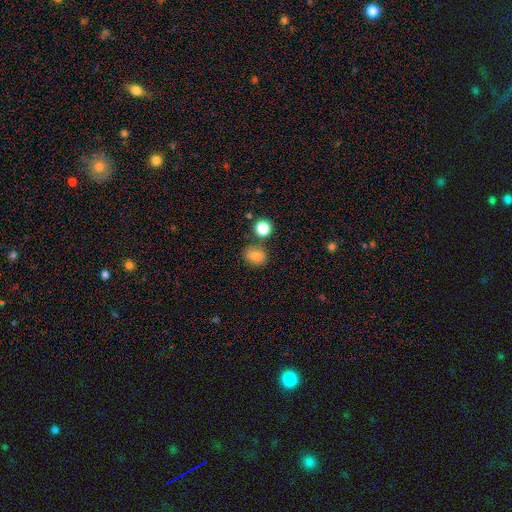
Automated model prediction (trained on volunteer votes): A smooth galaxy with no disk features (79%) that is round (56%).

Vote fractions:
- Smooth or featured? smooth: 79% / star or artifact: 12% / featured or disk: 9%
- How rounded? round: 56% / in between: 43% / cigar-shaped: 1%
- Merging? none: 70% / minor disturbance: 16% / merger: 10% / major disturbance: 5%